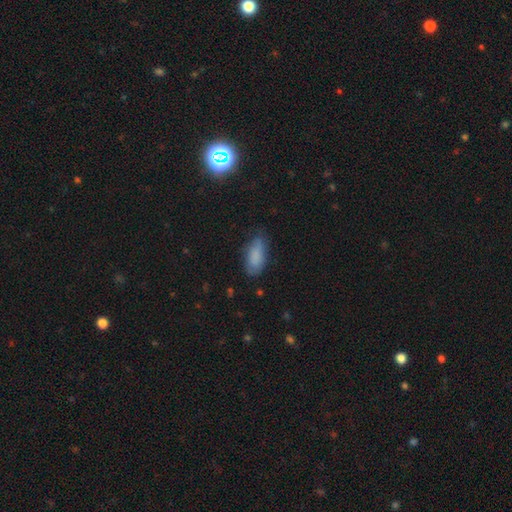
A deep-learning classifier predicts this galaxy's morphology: This appears to be a smooth galaxy with no disk features (84%) that is in between round and cigar-shaped (80%). Merging: none (71%).